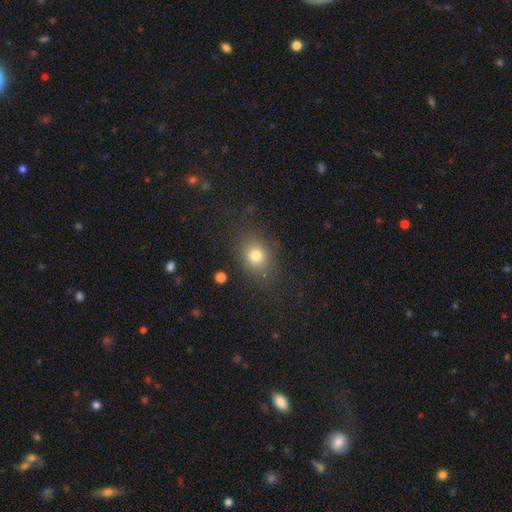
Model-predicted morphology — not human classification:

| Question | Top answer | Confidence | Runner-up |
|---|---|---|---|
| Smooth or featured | smooth | 78% | star or artifact (12%) |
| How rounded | in between | 51% | round (47%) |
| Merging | none | 78% | minor disturbance (13%) |